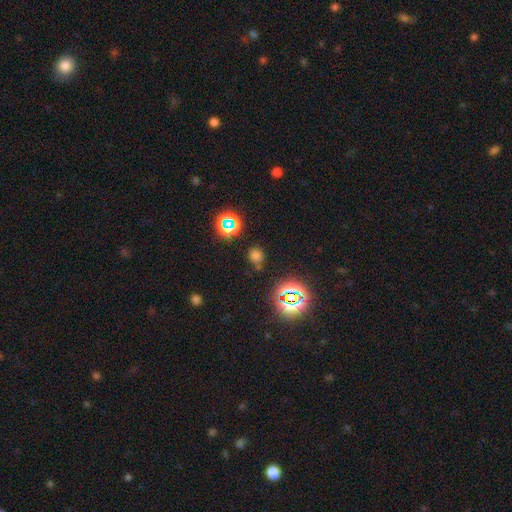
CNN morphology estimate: Smooth or featured: smooth — 60% (star or artifact — 34%)
How rounded: round — 77% (in between — 22%)
Merging: none — 72% (minor disturbance — 15%)